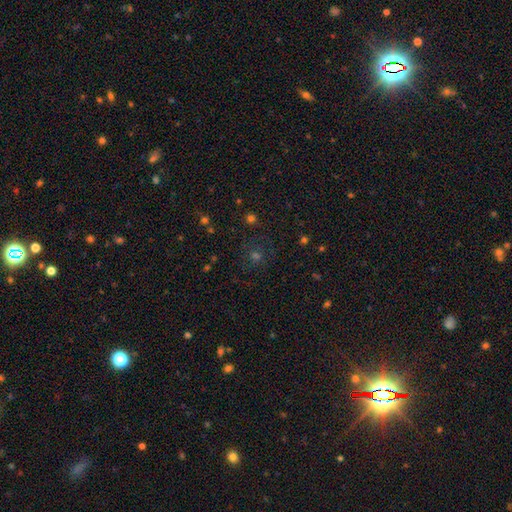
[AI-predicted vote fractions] Smooth or featured? star or artifact (49%)